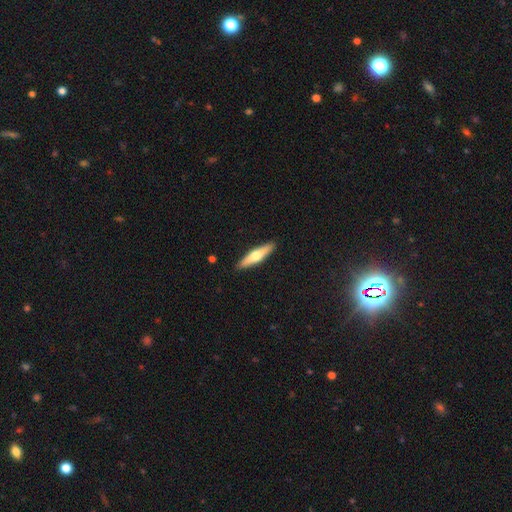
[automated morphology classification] type=featured or disk (52%); edge-on=yes (94%); merging=none (91%).